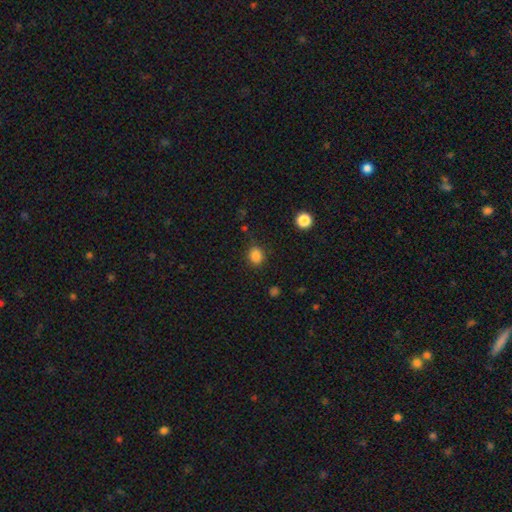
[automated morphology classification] Q: Smooth or featured?
A: smooth (85%); runner-up: star or artifact (12%)
Q: How rounded?
A: round (68%); runner-up: in between (31%)
Q: Merging?
A: none (80%); runner-up: minor disturbance (14%)